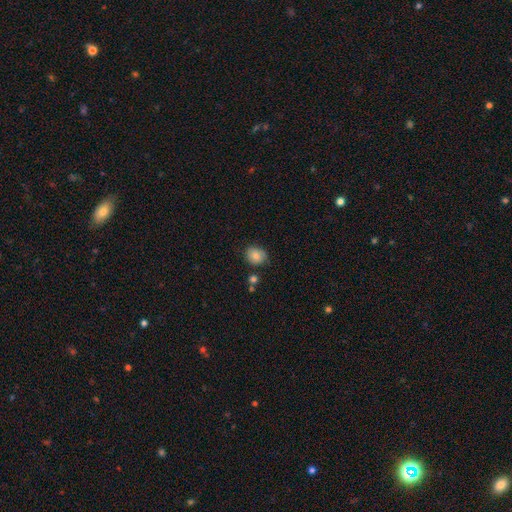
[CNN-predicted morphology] Overall: smooth (81%). How rounded: round (62%; in between 37%). Merging: none (73%).